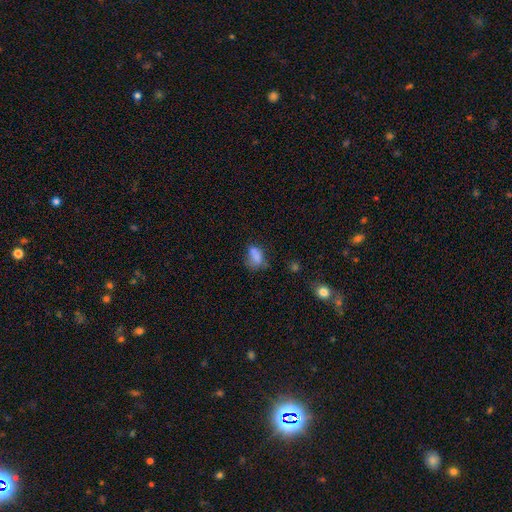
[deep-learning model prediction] Overall: smooth (74%). How rounded: in between (78%). Merging: none (37%; minor disturbance 28%).